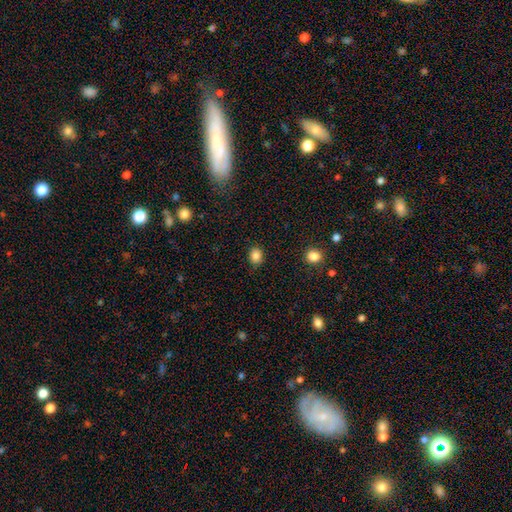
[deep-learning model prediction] smooth 85%, star or artifact 10%, featured or disk 5%. Down the decision tree: how rounded — round (52%); merging — none (86%).